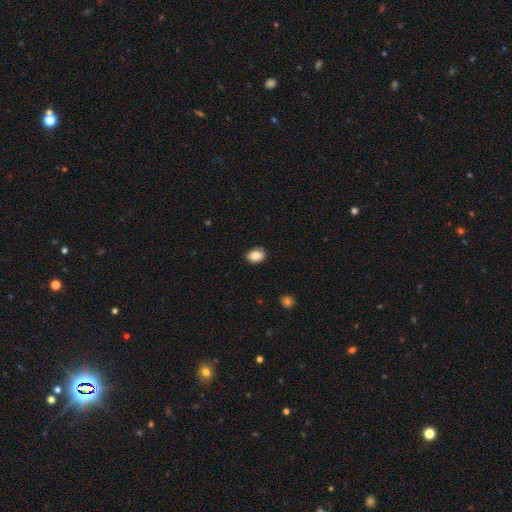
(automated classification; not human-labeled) This is clearly a smooth galaxy (87%). How rounded: likely in between (69%). Merging: clearly none (88%).